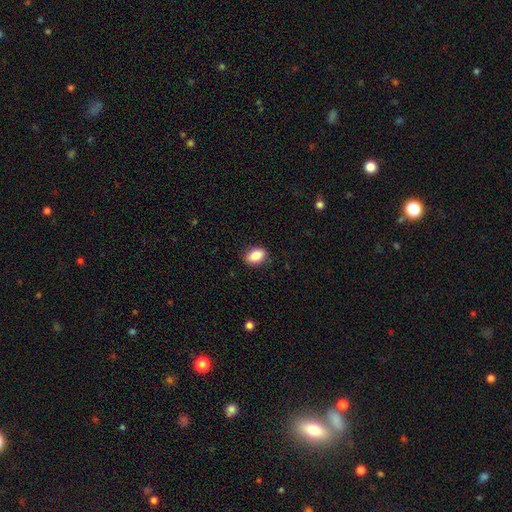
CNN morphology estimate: A smooth galaxy with no disk features (86%) that is in between round and cigar-shaped (84%). Merging: none (86%).